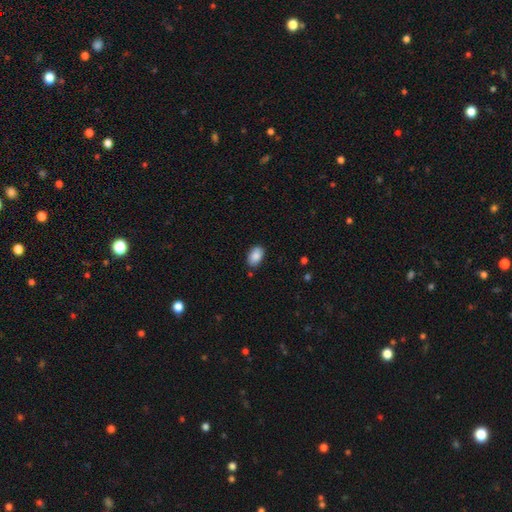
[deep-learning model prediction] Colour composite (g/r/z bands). It shows a smooth galaxy with no disk features (88%) that is in between round and cigar-shaped (92%). Merging: none (83%).